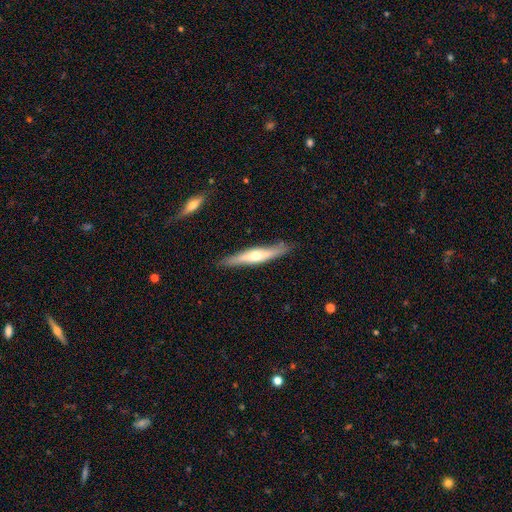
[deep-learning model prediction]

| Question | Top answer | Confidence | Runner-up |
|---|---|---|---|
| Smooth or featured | featured or disk | 59% | smooth (35%) |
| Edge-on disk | yes | 92% | no (8%) |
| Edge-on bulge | rounded | 88% | none (8%) |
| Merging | none | 86% | minor disturbance (11%) |